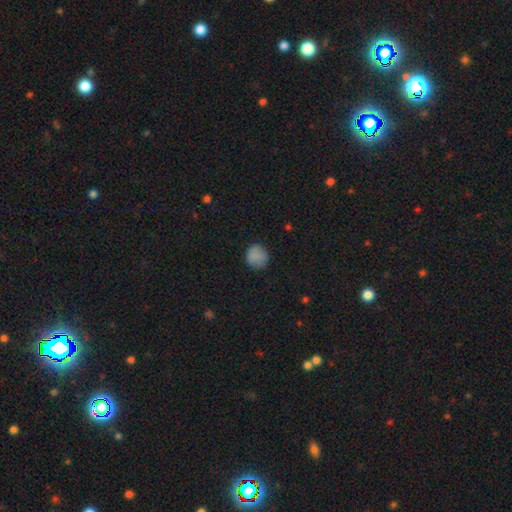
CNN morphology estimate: Smooth or featured?
  - smooth: 84% *
  - star or artifact: 10%
  - featured or disk: 6%
How rounded?
  - round: 86% *
  - in between: 13%
  - cigar-shaped: 1%
Merging?
  - none: 83% *
  - minor disturbance: 13%
  - major disturbance: 3%
  - merger: 1%